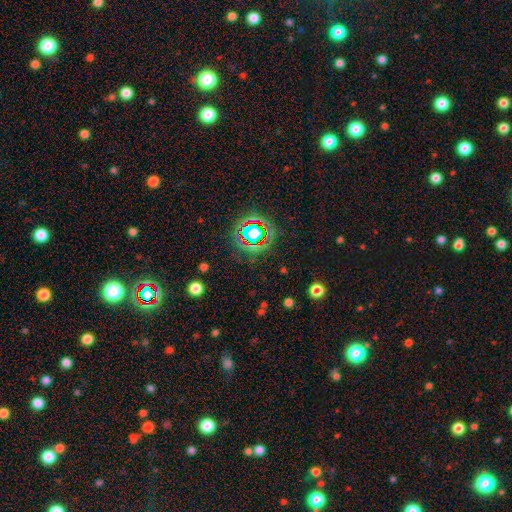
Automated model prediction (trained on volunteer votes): Smooth or featured: star or artifact — 73% (smooth — 19%)